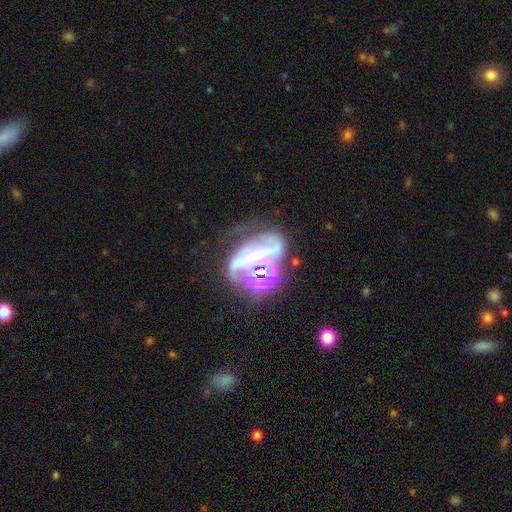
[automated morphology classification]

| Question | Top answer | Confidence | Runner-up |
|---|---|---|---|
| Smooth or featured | featured or disk | 48% | star or artifact (37%) |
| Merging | none | 35% | major disturbance (26%) |